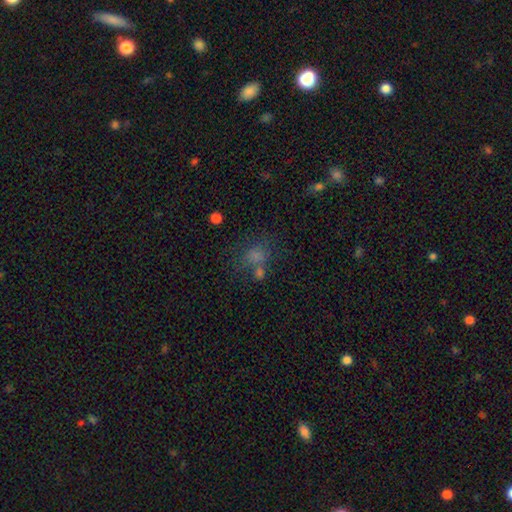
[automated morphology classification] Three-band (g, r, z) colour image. It shows a smooth galaxy with no disk features (59%) that is round (57%). Merging: none (56%).